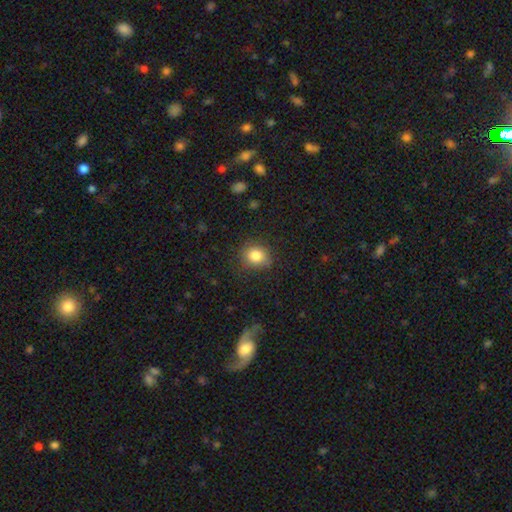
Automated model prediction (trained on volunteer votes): Smooth or featured? Predicted: smooth (p=0.83). How rounded? Predicted: round (p=0.76). Merging? Predicted: none (p=0.79).